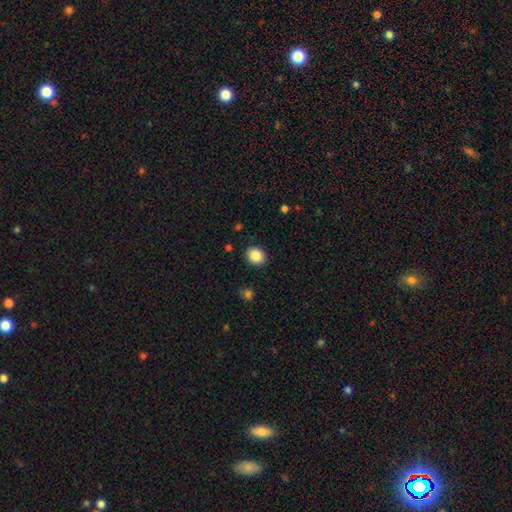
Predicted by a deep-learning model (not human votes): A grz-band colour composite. It shows a smooth galaxy with no disk features (87%) that is round (59%). Merging: none (88%).